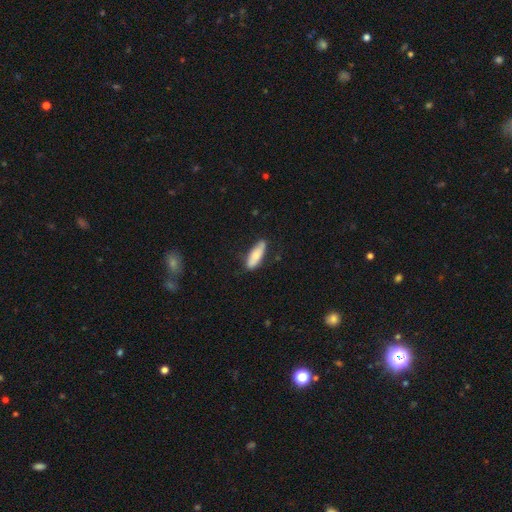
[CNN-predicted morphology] Overall: smooth (77%). How rounded: in between (51%; cigar-shaped 47%). Merging: none (78%).